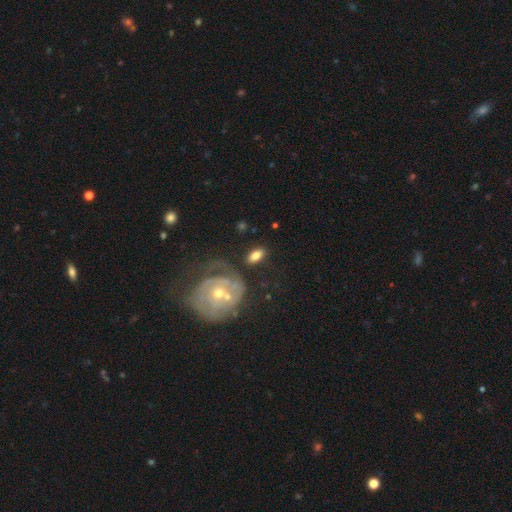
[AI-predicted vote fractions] Morphology: type=smooth (71%); roundness=in between (88%); merging=none (70%).